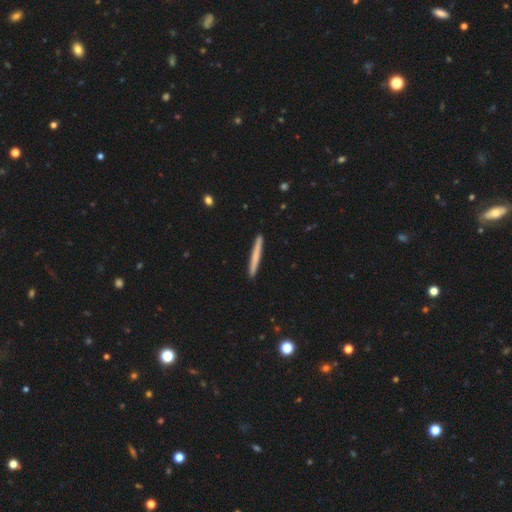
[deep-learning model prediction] Smooth or featured?
  - smooth: 65% *
  - featured or disk: 29%
  - star or artifact: 5%
How rounded?
  - cigar-shaped: 97% *
  - in between: 2%
  - round: 1%
Merging?
  - none: 92% *
  - minor disturbance: 6%
  - major disturbance: 1%
  - merger: 1%